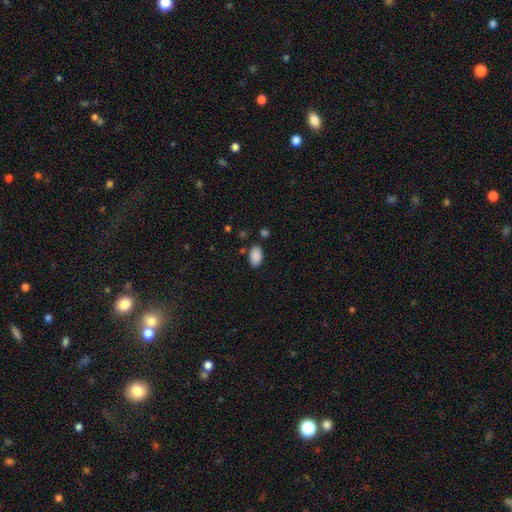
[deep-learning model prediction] Morphology: type=smooth (89%); roundness=in between (93%); merging=none (81%).